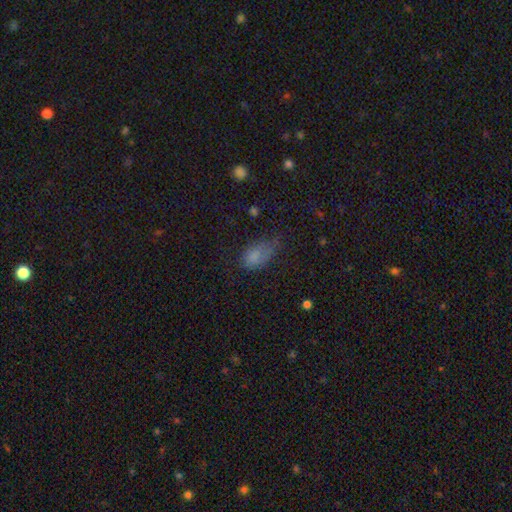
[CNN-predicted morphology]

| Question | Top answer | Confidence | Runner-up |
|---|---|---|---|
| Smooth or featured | smooth | 77% | star or artifact (13%) |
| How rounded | in between | 89% | round (7%) |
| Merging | none | 40% | minor disturbance (36%) |